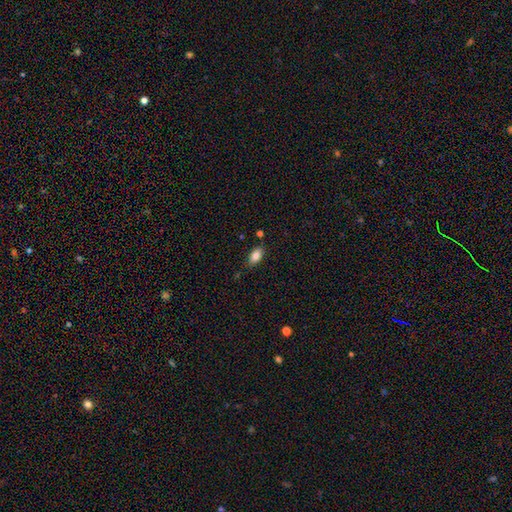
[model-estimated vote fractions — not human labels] This appears to be a smooth galaxy with no disk features (85%) that is in between round and cigar-shaped (91%). Merging: none (80%).